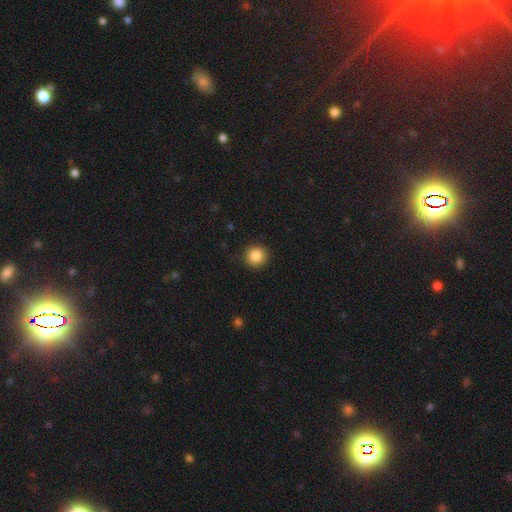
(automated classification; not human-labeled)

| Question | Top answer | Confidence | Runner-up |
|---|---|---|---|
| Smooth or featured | smooth | 86% | star or artifact (10%) |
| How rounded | round | 93% | in between (6%) |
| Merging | none | 89% | minor disturbance (8%) |